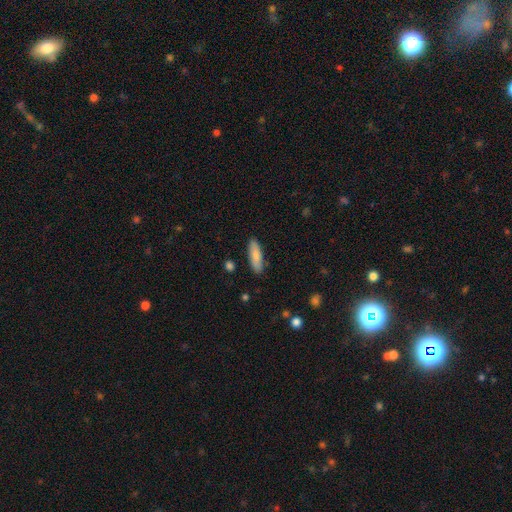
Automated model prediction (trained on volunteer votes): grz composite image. It shows a smooth galaxy with no disk features (83%) that is cigar-shaped (54%). Merging: none (87%).